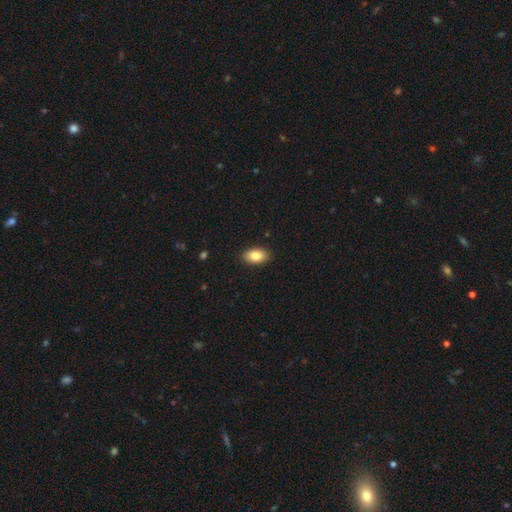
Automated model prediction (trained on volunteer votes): Smooth or featured?
  - smooth: 85% *
  - featured or disk: 8%
  - star or artifact: 7%
How rounded?
  - in between: 92% *
  - round: 6%
  - cigar-shaped: 2%
Merging?
  - none: 89% *
  - minor disturbance: 8%
  - major disturbance: 2%
  - merger: 1%